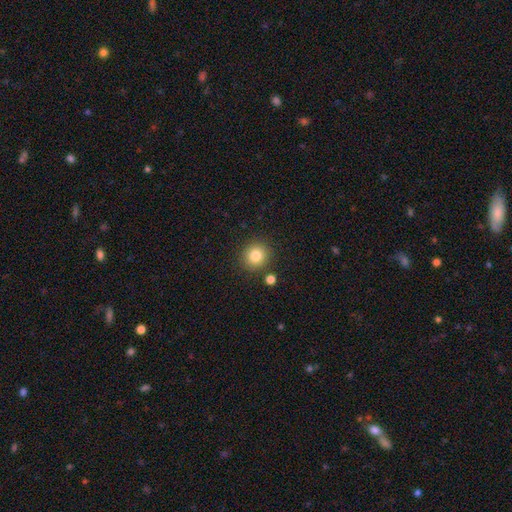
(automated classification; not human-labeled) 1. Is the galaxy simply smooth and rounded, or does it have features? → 83% smooth, 11% star or artifact, 6% featured or disk.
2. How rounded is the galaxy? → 89% round, 10% in between, 1% cigar-shaped.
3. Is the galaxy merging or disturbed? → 86% none, 7% minor disturbance, 4% merger, 2% major disturbance.